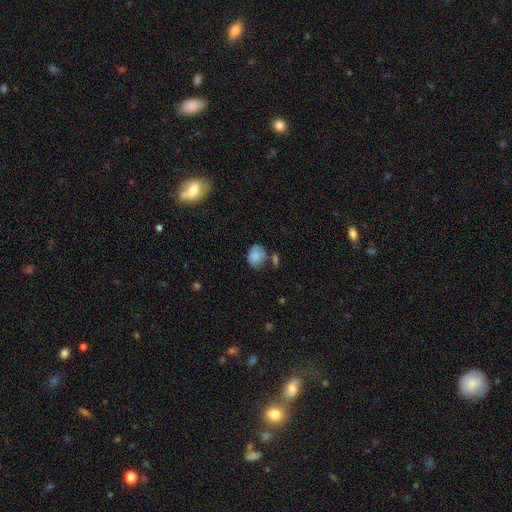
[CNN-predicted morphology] Smooth or featured: smooth — 83% (featured or disk — 9%)
How rounded: in between — 55% (round — 44%)
Merging: none — 56% (minor disturbance — 24%)